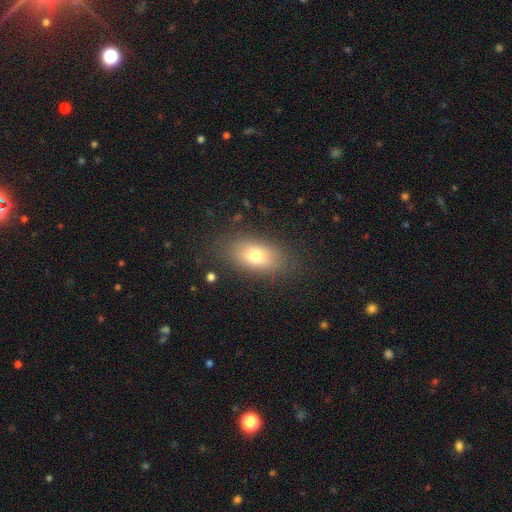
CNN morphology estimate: type=smooth (75%); roundness=in between (86%); merging=none (82%).